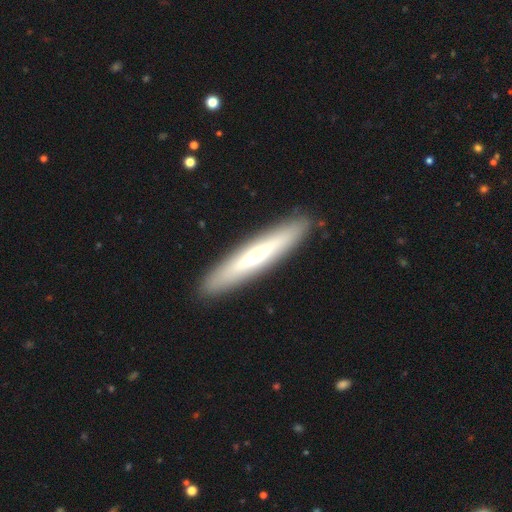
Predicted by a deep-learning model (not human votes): Smooth or featured? Predicted: featured or disk (p=0.48). Merging? Predicted: none (p=0.91).